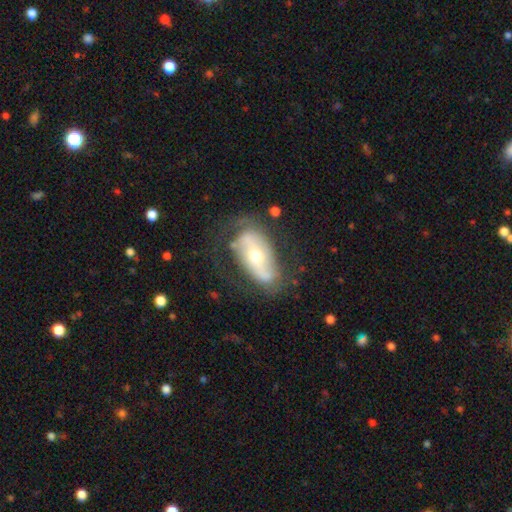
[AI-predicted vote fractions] This appears to be a featured or disk galaxy (69%) with no bar (41%), spiral arms (74%) and a moderate central bulge (57%). Merging: none (61%).